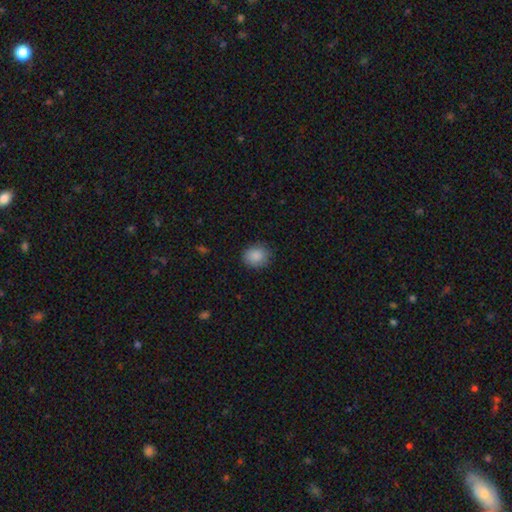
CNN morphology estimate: Smooth or featured?
  - smooth: 88% *
  - star or artifact: 8%
  - featured or disk: 4%
How rounded?
  - round: 70% *
  - in between: 29%
  - cigar-shaped: 1%
Merging?
  - none: 84% *
  - minor disturbance: 12%
  - major disturbance: 3%
  - merger: 1%